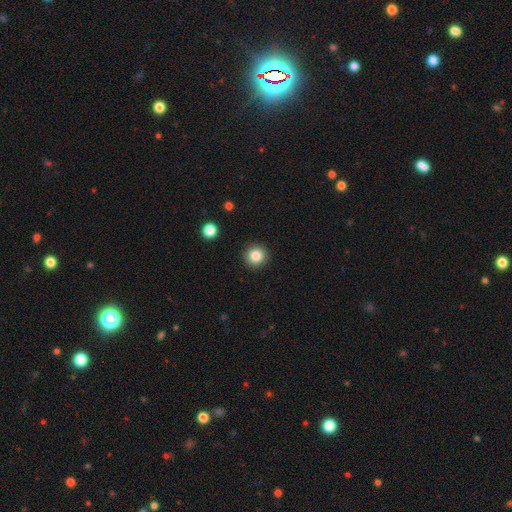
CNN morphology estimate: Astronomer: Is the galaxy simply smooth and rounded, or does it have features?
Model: smooth — 84%.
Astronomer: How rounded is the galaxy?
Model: round — 95%.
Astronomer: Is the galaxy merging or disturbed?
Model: none — 91%.